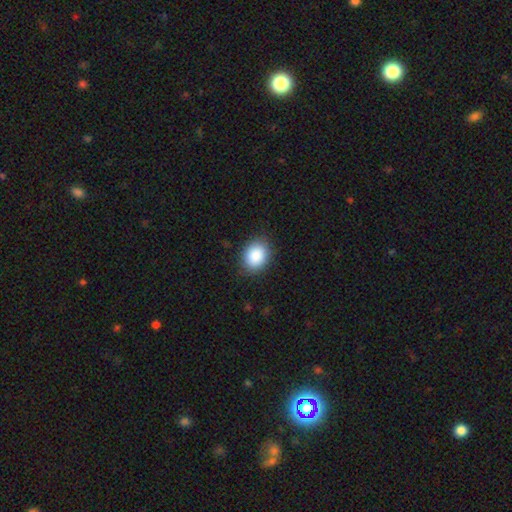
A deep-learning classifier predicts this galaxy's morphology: This is clearly a smooth galaxy (89%). How rounded: possibly in between (59%). Merging: clearly none (87%).